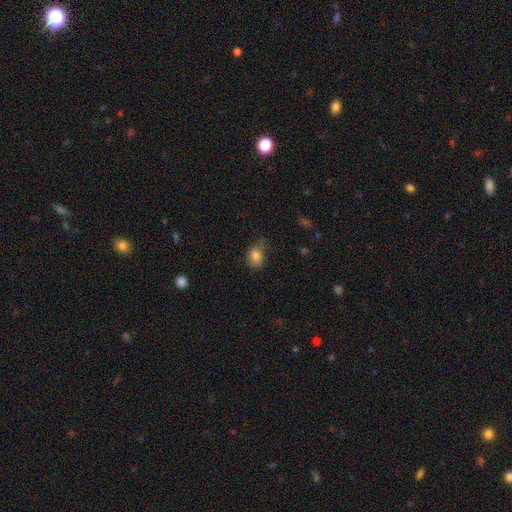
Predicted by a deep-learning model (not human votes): This is clearly a smooth galaxy (81%). How rounded: likely in between (65%). Merging: possibly none (55%).